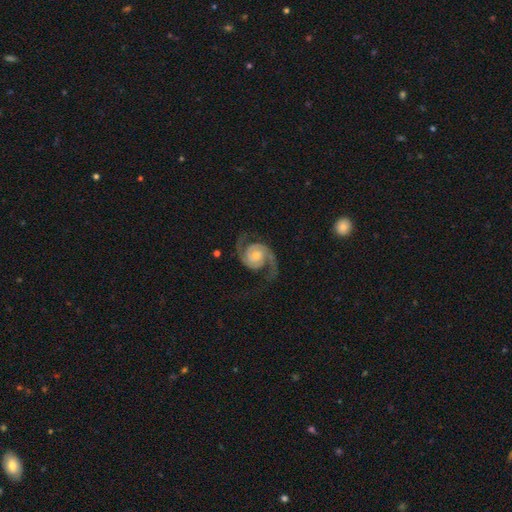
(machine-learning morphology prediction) A featured or disk galaxy (92%) with no bar (70%), 2 (94%) medium (51%) spiral arms (98%) and a small central bulge (48%). Merging: none (75%).